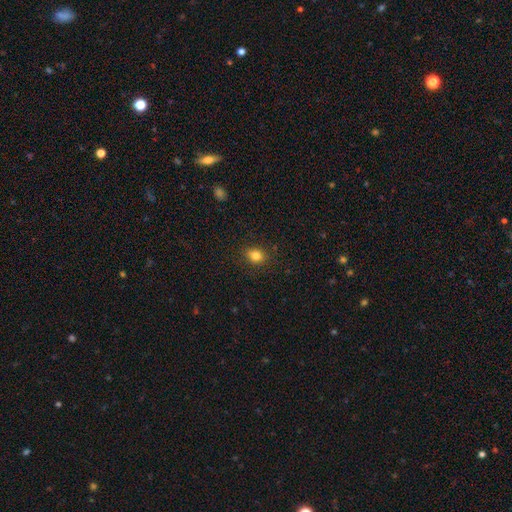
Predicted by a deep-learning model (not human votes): Smooth or featured? Predicted: smooth (p=0.82). How rounded? Predicted: round (p=0.50). Merging? Predicted: none (p=0.87).